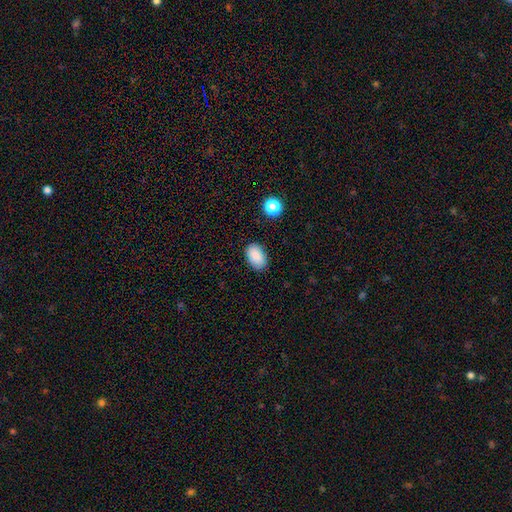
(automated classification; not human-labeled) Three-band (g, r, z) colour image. It shows a smooth galaxy with no disk features (88%) that is in between round and cigar-shaped (89%). Merging: none (84%).